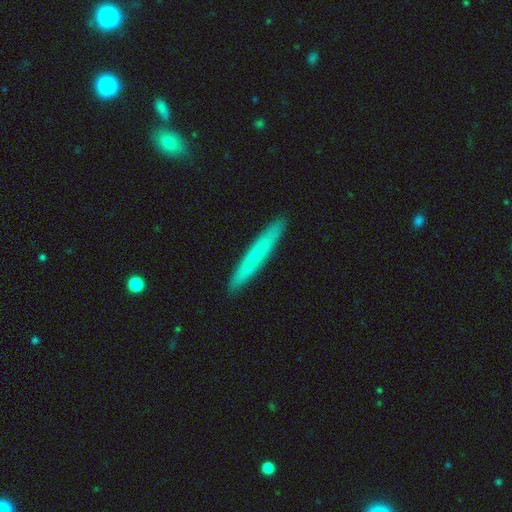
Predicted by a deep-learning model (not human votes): Smooth or featured? smooth (57%)
How rounded? cigar-shaped (95%)
Merging? none (92%)